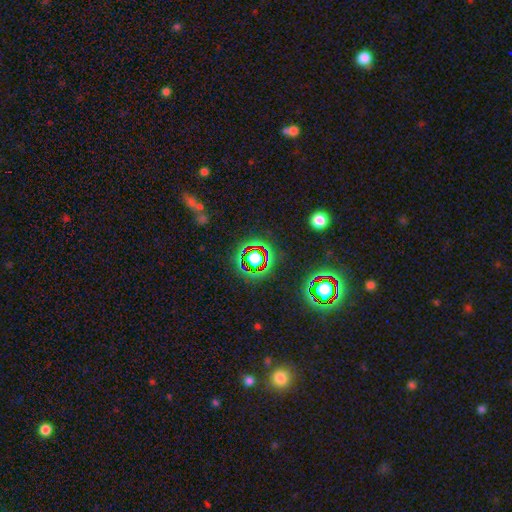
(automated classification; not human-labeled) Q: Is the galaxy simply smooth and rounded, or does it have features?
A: star or artifact — 74%.